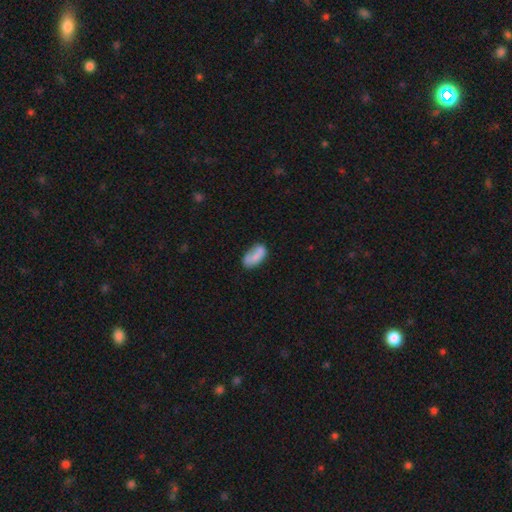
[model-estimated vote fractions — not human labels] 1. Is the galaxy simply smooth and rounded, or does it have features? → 71% smooth, 21% featured or disk, 8% star or artifact.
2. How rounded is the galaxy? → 90% in between, 6% cigar-shaped, 4% round.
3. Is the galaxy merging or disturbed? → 50% none, 27% minor disturbance, 13% merger, 11% major disturbance.